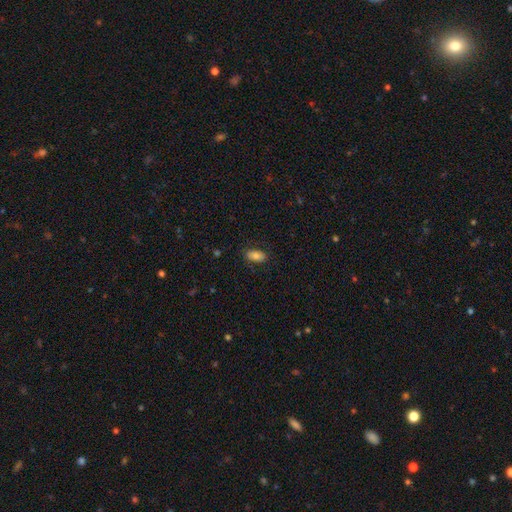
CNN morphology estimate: type=smooth (81%); roundness=in between (90%); merging=none (84%).